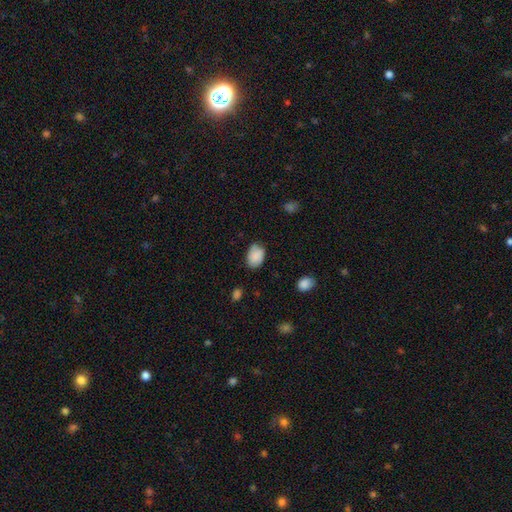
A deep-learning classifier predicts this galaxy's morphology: Smooth or featured: smooth — 87% (star or artifact — 7%)
How rounded: in between — 80% (round — 19%)
Merging: none — 70% (minor disturbance — 24%)